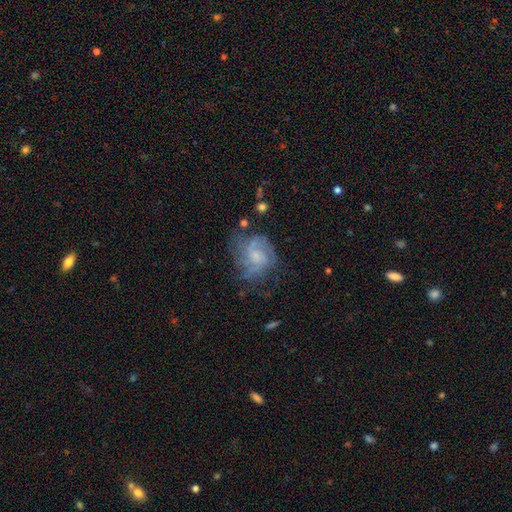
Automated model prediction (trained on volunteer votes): A featured or disk galaxy (65%) with no bar (65%), medium (42%) spiral arms (81%) and a small central bulge (37%). Merging: none (56%).